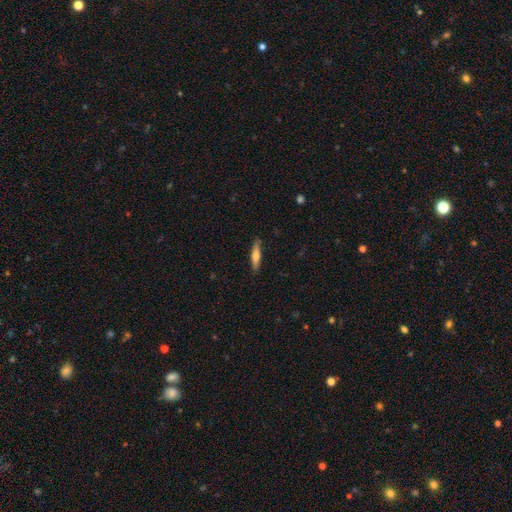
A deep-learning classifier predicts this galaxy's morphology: Smooth or featured: smooth — 61% (featured or disk — 33%)
How rounded: cigar-shaped — 84% (in between — 14%)
Merging: none — 86% (minor disturbance — 10%)